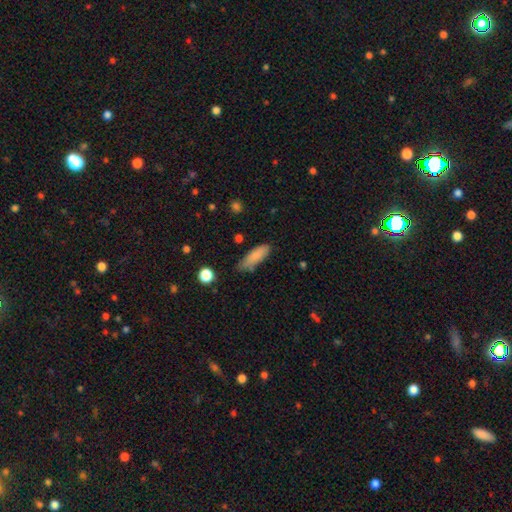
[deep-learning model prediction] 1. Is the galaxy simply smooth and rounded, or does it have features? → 84% smooth, 9% featured or disk, 7% star or artifact.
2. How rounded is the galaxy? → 54% in between, 44% cigar-shaped, 2% round.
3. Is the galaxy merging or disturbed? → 64% none, 27% minor disturbance, 5% major disturbance, 3% merger.